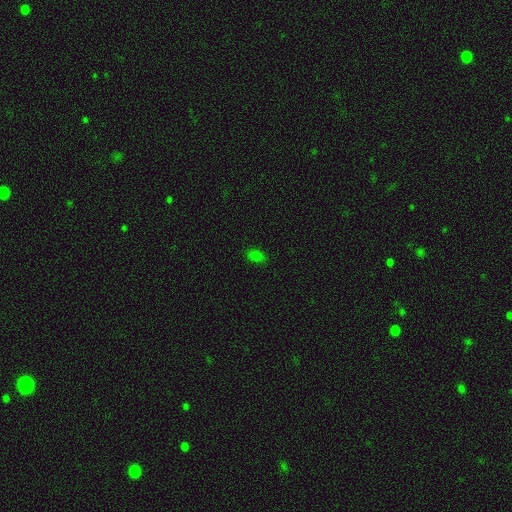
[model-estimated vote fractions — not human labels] Smooth or featured?
  - smooth: 77% *
  - star or artifact: 18%
  - featured or disk: 5%
How rounded?
  - in between: 82% *
  - round: 16%
  - cigar-shaped: 2%
Merging?
  - none: 85% *
  - minor disturbance: 11%
  - major disturbance: 3%
  - merger: 1%